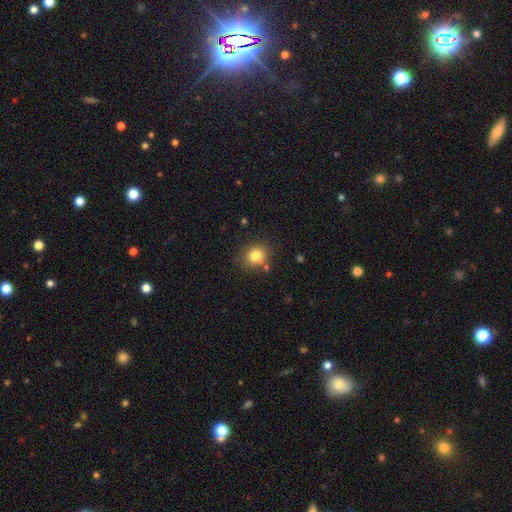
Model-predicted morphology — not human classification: smooth_or_featured: smooth (p=0.80) [alt: star or artifact p=0.12]
how_rounded: round (p=0.70) [alt: in between p=0.29]
merging: none (p=0.77) [alt: minor disturbance p=0.13]